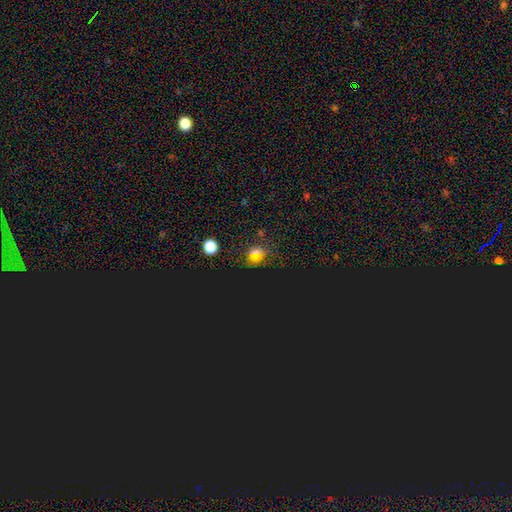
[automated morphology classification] Q: Smooth or featured?
A: star or artifact (54%); runner-up: smooth (36%)